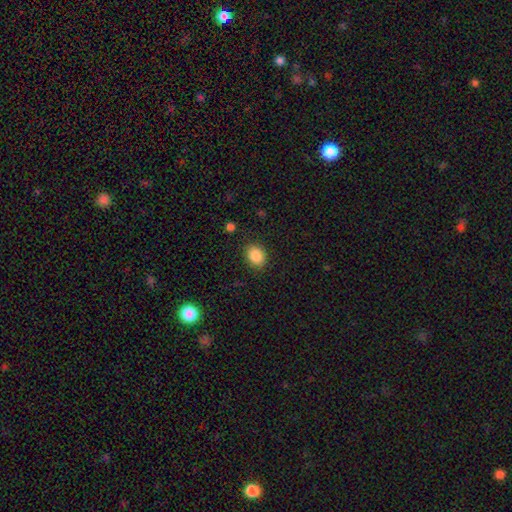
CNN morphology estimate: Smooth or featured?
  - smooth: 88% *
  - star or artifact: 8%
  - featured or disk: 4%
How rounded?
  - in between: 53% *
  - round: 46%
  - cigar-shaped: 1%
Merging?
  - none: 86% *
  - minor disturbance: 9%
  - major disturbance: 3%
  - merger: 1%